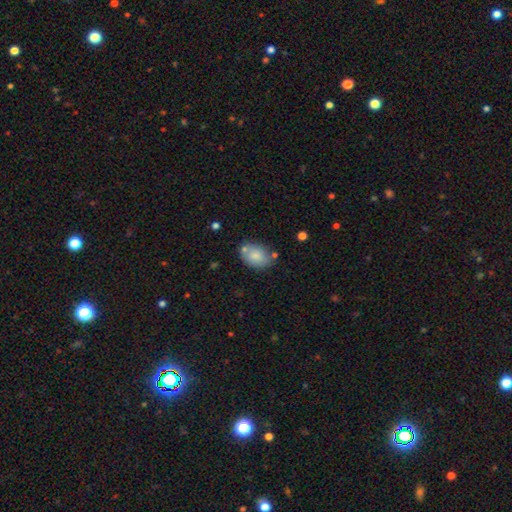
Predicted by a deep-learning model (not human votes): A smooth galaxy with no disk features (81%) that is in between round and cigar-shaped (84%). Merging: none (70%).